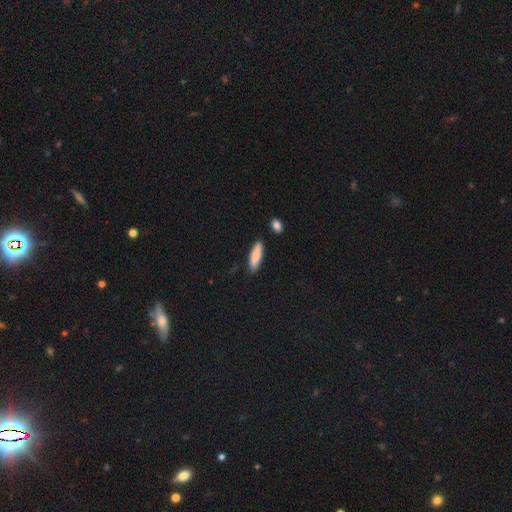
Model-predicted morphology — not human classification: type=smooth (85%); roundness=cigar-shaped (63%); merging=none (83%).